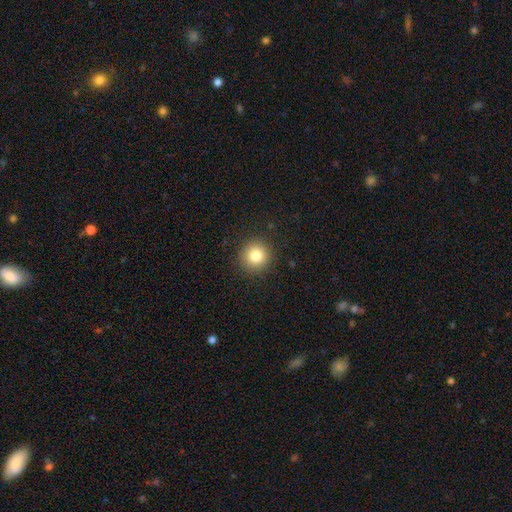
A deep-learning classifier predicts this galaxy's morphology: Q: Smooth or featured?
A: smooth (82%); runner-up: star or artifact (11%)
Q: How rounded?
A: round (94%); runner-up: in between (6%)
Q: Merging?
A: none (91%); runner-up: minor disturbance (6%)